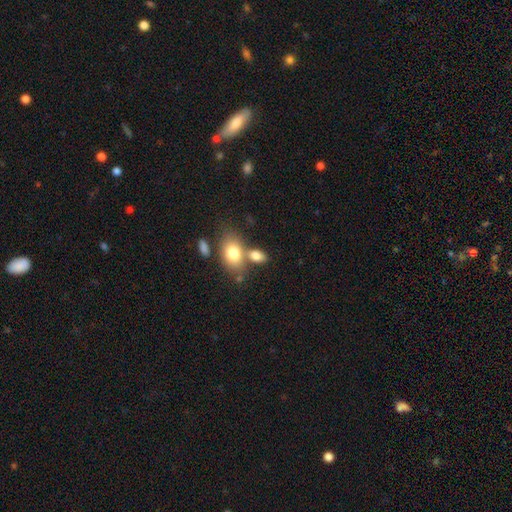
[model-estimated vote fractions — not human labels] This appears to be a smooth galaxy with no disk features (79%) that is in between round and cigar-shaped (84%). Merging: none (46%).